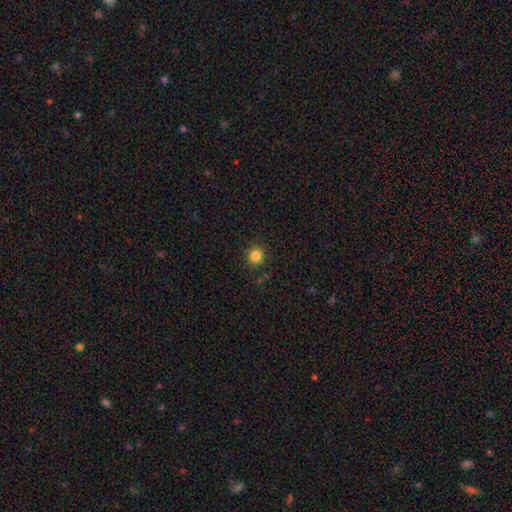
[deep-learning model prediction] Smooth or featured?
  - smooth: 84% *
  - star or artifact: 12%
  - featured or disk: 4%
How rounded?
  - round: 93% *
  - in between: 6%
  - cigar-shaped: 1%
Merging?
  - none: 89% *
  - minor disturbance: 7%
  - major disturbance: 2%
  - merger: 2%